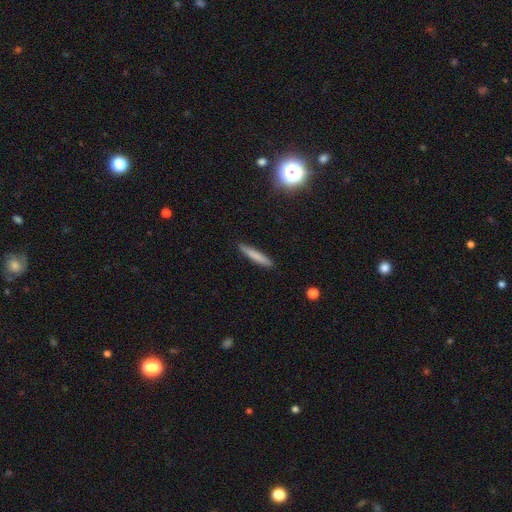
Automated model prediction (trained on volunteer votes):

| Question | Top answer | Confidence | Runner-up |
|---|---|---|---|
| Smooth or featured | smooth | 75% | featured or disk (18%) |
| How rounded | cigar-shaped | 93% | in between (6%) |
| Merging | none | 89% | minor disturbance (8%) |